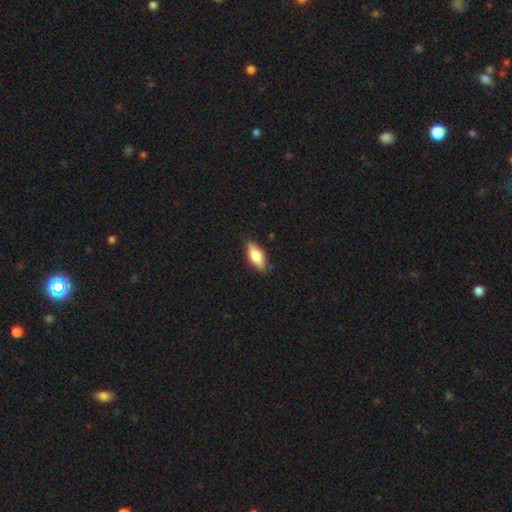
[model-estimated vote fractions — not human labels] Overall: smooth (71%). How rounded: in between (73%). Merging: none (83%).